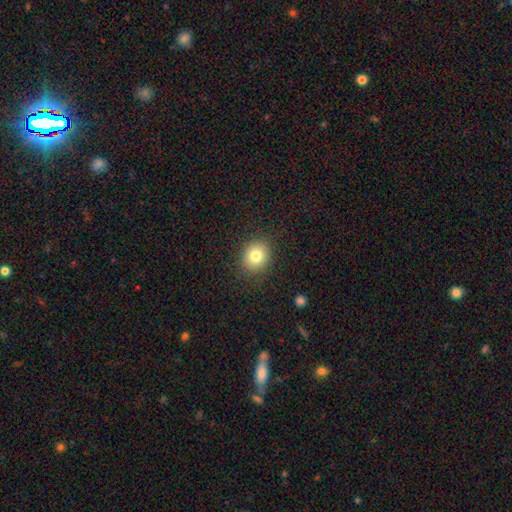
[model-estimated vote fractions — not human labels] Overall: smooth (80%). How rounded: round (70%). Merging: none (88%).